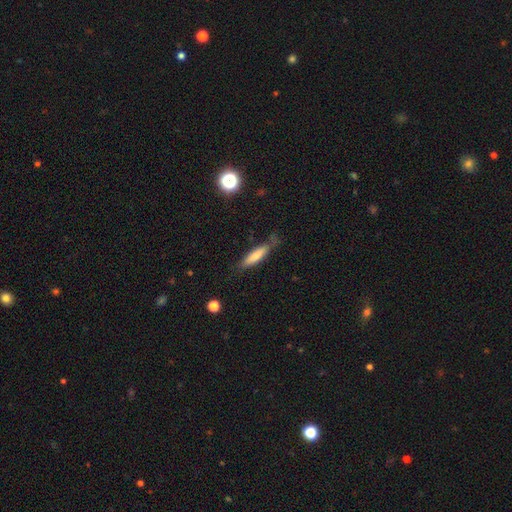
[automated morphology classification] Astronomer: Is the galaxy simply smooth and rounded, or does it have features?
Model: smooth — 72%.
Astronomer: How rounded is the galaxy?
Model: cigar-shaped — 74%.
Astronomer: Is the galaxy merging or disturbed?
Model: none — 70%.